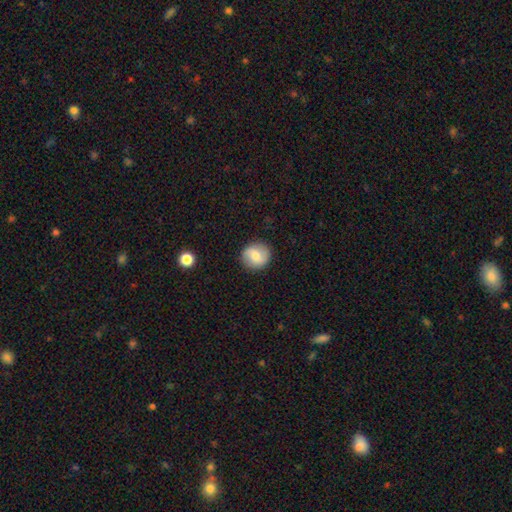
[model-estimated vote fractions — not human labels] Smooth or featured? Predicted: smooth (p=0.64). How rounded? Predicted: round (p=0.88). Merging? Predicted: none (p=0.88).